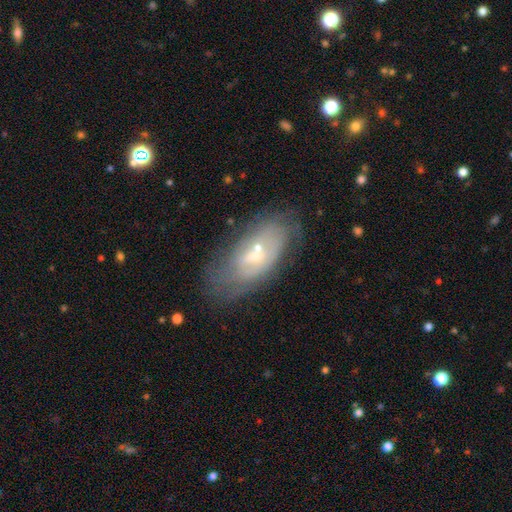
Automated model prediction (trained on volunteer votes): smooth-or-featured: featured or disk: 59% | smooth: 31% | star or artifact: 9%
  disk-edge-on: no: 88% | yes: 12%
    bar: no: 56% | weak: 35% | strong: 9%
    has-spiral-arms: yes: 52% | no: 48%
    bulge-size: small: 65% | moderate: 28% | none: 4% | large: 2% | dominant: 1%
  merging: none: 59% | minor disturbance: 22% | major disturbance: 10% | merger: 9%